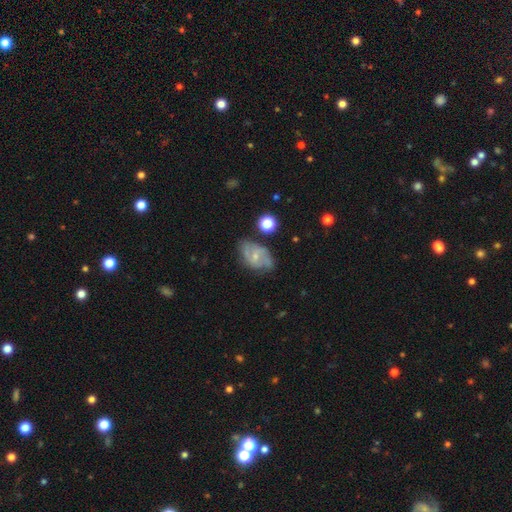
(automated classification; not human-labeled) featured or disk 70%, smooth 22%, star or artifact 8%. Down the decision tree: edge-on disk — no (96%); bar — no (54%); spiral arms — yes (86%); spiral arm count — 2 (63%); spiral winding — medium (47%); bulge size — small (69%); merging — none (61%).